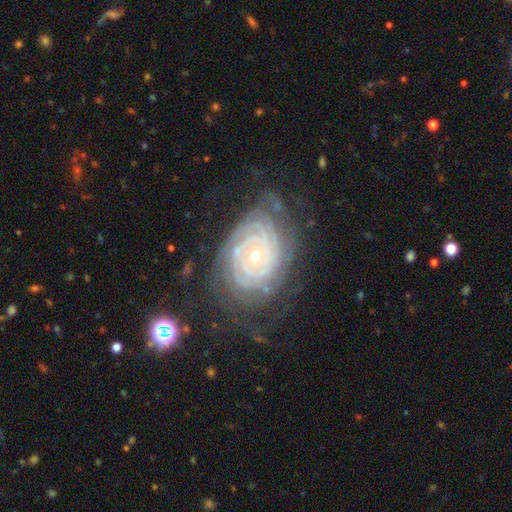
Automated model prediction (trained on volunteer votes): Smooth or featured?
  - featured or disk: 90% *
  - star or artifact: 6%
  - smooth: 4%
Edge-on disk?
  - no: 97% *
  - yes: 3%
Bar?
  - no: 74% *
  - weak: 17%
  - strong: 9%
Spiral arms?
  - yes: 98% *
  - no: 2%
Spiral winding?
  - tight: 88% *
  - medium: 10%
  - loose: 2%
Spiral arm count?
  - can't tell: 26% *
  - 4: 19%
  - more than 4: 17%
  - 2: 15%
  - 3: 15%
  - 1: 7%
Bulge size?
  - small: 64% *
  - moderate: 33%
  - large: 1%
  - none: 1%
  - dominant: 1%
Merging?
  - none: 69% *
  - minor disturbance: 20%
  - major disturbance: 9%
  - merger: 2%